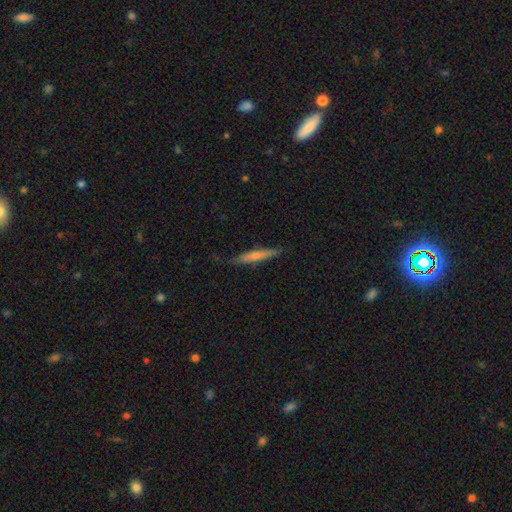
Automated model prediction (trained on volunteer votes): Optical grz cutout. It shows a smooth galaxy with no disk features (63%) that is cigar-shaped (93%). Merging: none (80%).